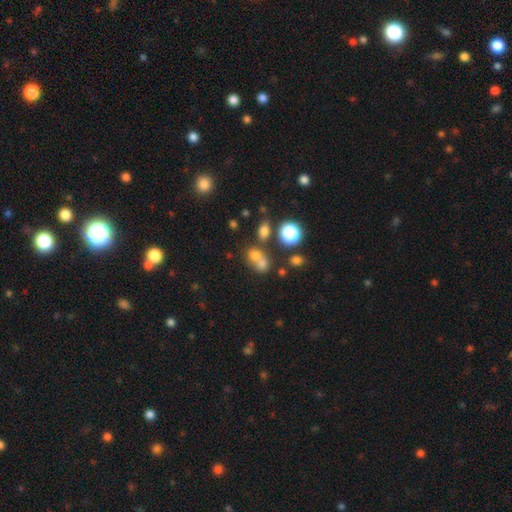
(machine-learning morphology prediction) Smooth or featured? smooth (68%)
How rounded? round (60%)
Merging? merger (52%)